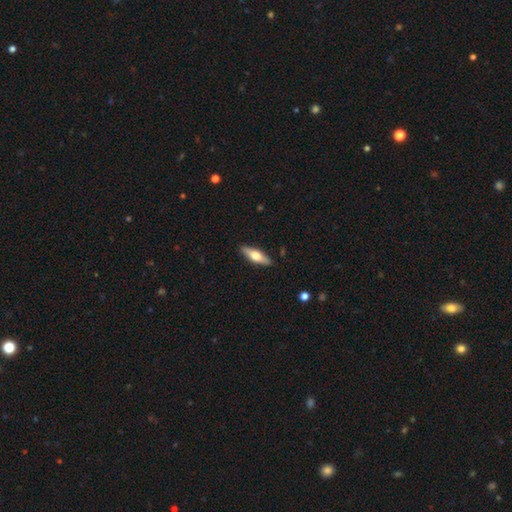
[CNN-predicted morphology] The model was most divided on "smooth or featured" (2-way tie): smooth: 47%, featured or disk: 47%, star or artifact: 5%. More confident: merging — none (89%).